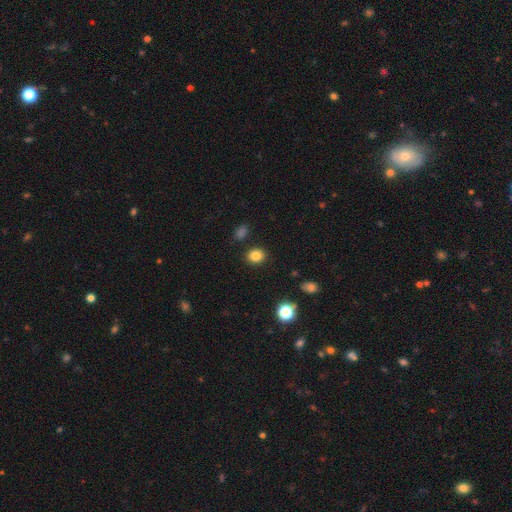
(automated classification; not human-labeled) Smooth or featured?
  - smooth: 84% *
  - star or artifact: 11%
  - featured or disk: 5%
How rounded?
  - round: 66% *
  - in between: 33%
  - cigar-shaped: 1%
Merging?
  - none: 87% *
  - minor disturbance: 8%
  - merger: 3%
  - major disturbance: 3%